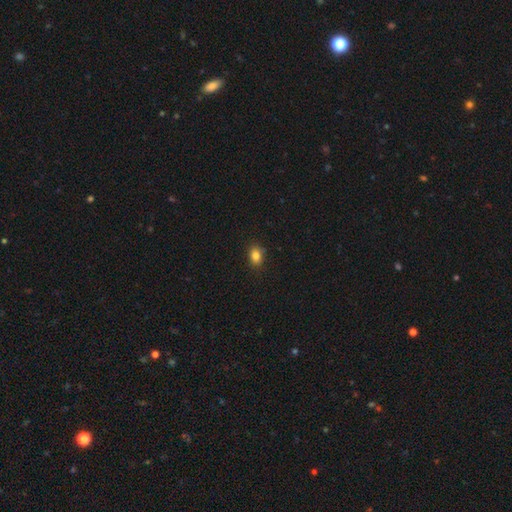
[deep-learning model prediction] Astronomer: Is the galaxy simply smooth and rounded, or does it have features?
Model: smooth — 84%.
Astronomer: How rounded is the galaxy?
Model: in between — 68%.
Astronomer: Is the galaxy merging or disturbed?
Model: none — 85%.